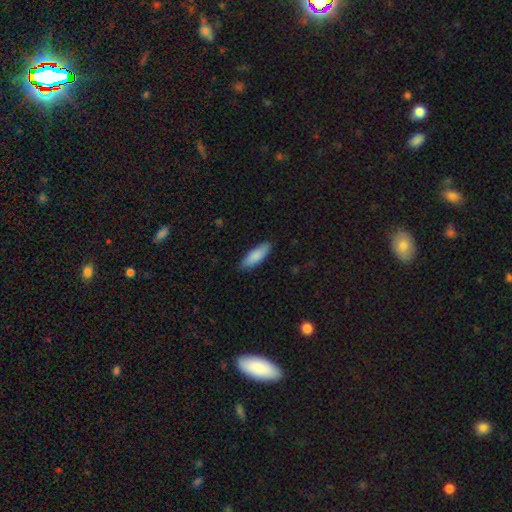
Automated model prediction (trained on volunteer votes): Smooth or featured? smooth (88%)
How rounded? in between (62%)
Merging? none (84%)